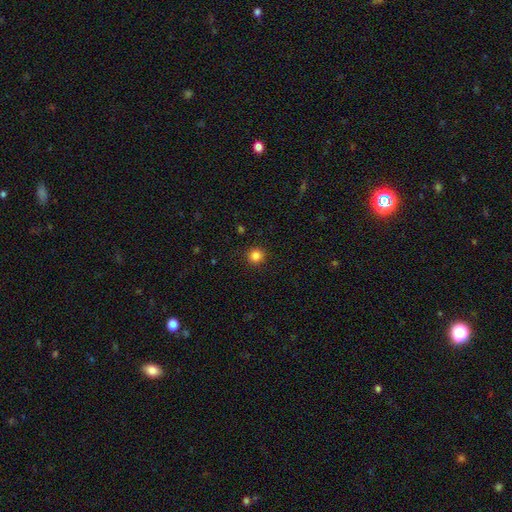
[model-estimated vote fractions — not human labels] This appears to be a smooth galaxy with no disk features (84%) that is round (93%). Merging: none (91%).